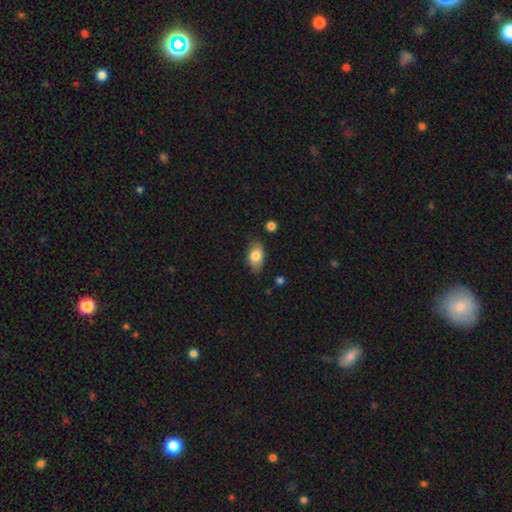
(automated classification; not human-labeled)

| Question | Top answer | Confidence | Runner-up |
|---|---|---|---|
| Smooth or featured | smooth | 79% | featured or disk (14%) |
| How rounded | in between | 89% | round (8%) |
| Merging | none | 76% | minor disturbance (19%) |